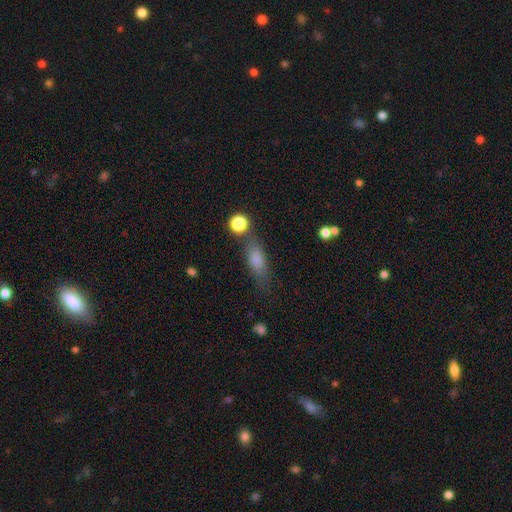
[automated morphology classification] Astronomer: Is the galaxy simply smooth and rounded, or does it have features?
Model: smooth — 66%.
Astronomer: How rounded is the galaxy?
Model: cigar-shaped — 47% (runner-up: in between, 46%).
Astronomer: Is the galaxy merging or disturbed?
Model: none — 67%.